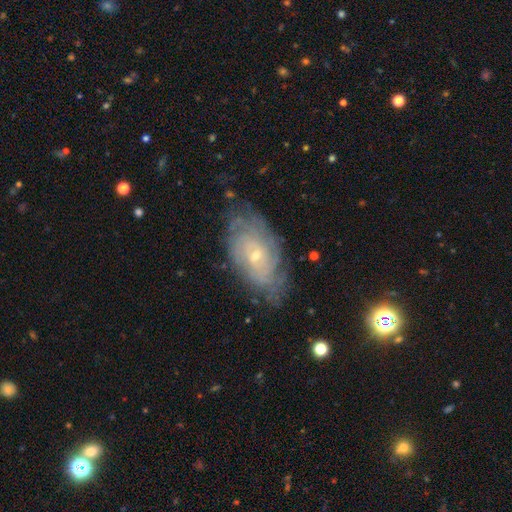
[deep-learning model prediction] This is likely a featured or disk galaxy (80%). It is clearly not viewed edge-on (94%). Bar: likely no (68%). Spiral arm pattern: clearly yes (92%). Spiral arm count: possibly can't tell (52%). Spiral winding: likely tight (73%). Central bulge: likely small (73%). Merging: likely none (71%).